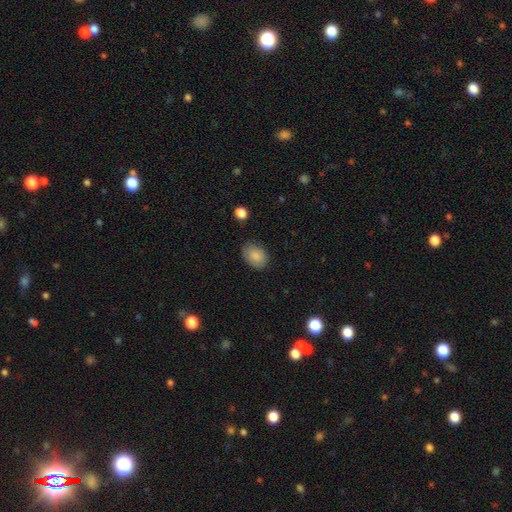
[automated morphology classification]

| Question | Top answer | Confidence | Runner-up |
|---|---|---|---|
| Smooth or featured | smooth | 87% | star or artifact (8%) |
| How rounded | in between | 75% | round (24%) |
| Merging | none | 79% | minor disturbance (16%) |